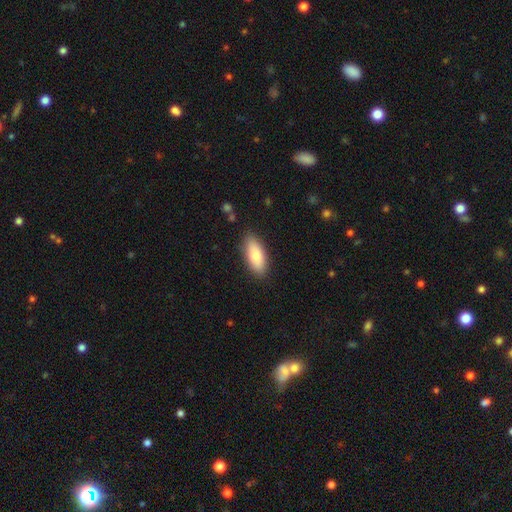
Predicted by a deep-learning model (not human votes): Smooth or featured: smooth — 80% (featured or disk — 14%)
How rounded: in between — 81% (cigar-shaped — 17%)
Merging: none — 86% (minor disturbance — 11%)